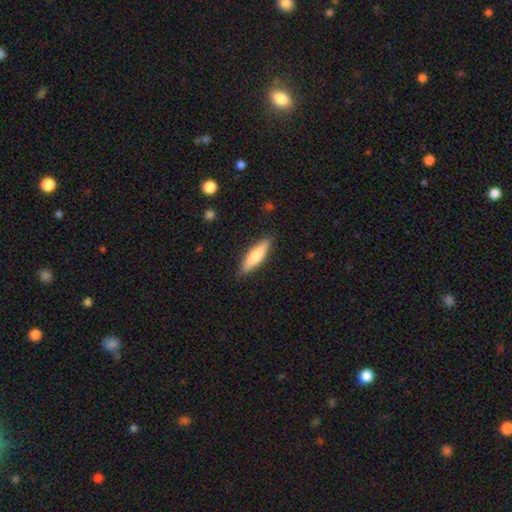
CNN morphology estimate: smooth 67%, featured or disk 27%, star or artifact 6%. Down the decision tree: how rounded — cigar-shaped (66%); merging — none (88%).